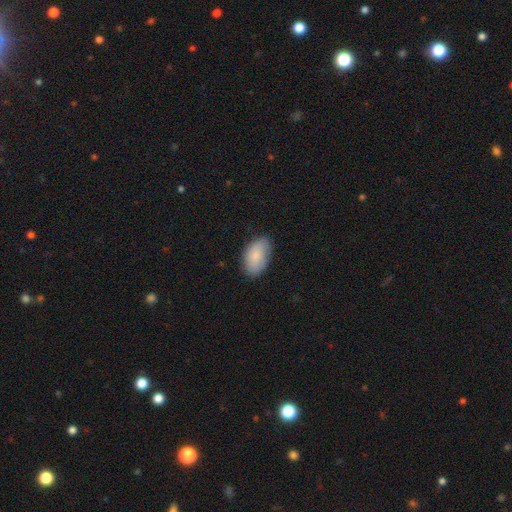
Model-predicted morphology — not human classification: smooth-or-featured: smooth: 82% | featured or disk: 12% | star or artifact: 6%
  how-rounded: in between: 93% | round: 5% | cigar-shaped: 2%
  merging: none: 77% | minor disturbance: 18% | major disturbance: 3% | merger: 1%